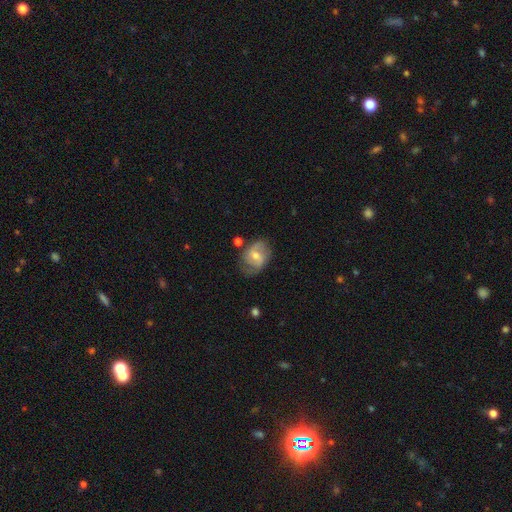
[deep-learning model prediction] Smooth or featured?
  - featured or disk: 64% *
  - smooth: 29%
  - star or artifact: 7%
Edge-on disk?
  - no: 97% *
  - yes: 3%
Bar?
  - weak: 53% *
  - no: 31%
  - strong: 16%
Spiral arms?
  - yes: 85% *
  - no: 15%
Spiral winding?
  - medium: 46% *
  - loose: 33%
  - tight: 21%
Spiral arm count?
  - 2: 79% *
  - can't tell: 12%
  - 1: 4%
  - 3: 3%
  - 4: 1%
  - more than 4: 1%
Bulge size?
  - moderate: 54% *
  - small: 40%
  - large: 3%
  - none: 2%
  - dominant: 1%
Merging?
  - none: 64% *
  - minor disturbance: 23%
  - major disturbance: 9%
  - merger: 4%